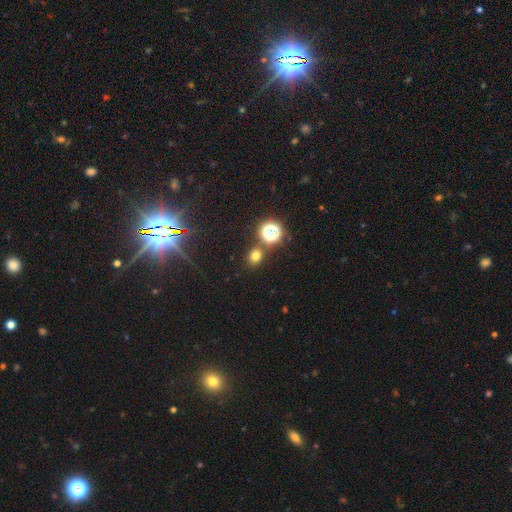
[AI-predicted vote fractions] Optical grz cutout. It shows a smooth galaxy with no disk features (67%) that is round (71%). Merging: none (80%).